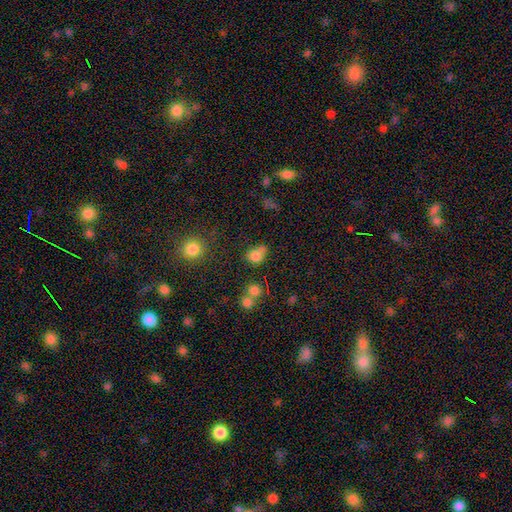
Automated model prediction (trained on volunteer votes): smooth 77%, star or artifact 14%, featured or disk 10%. Down the decision tree: how rounded — round (58%); merging — none (41%).